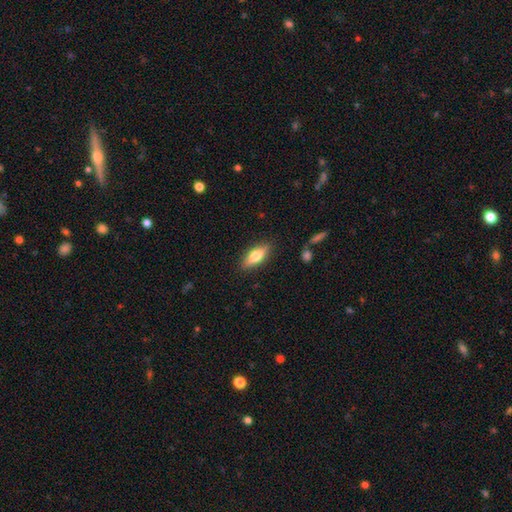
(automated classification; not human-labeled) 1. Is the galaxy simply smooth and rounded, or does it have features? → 62% smooth, 32% featured or disk, 7% star or artifact.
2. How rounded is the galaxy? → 63% in between, 34% cigar-shaped, 3% round.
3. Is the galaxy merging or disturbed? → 87% none, 10% minor disturbance, 2% major disturbance, 1% merger.